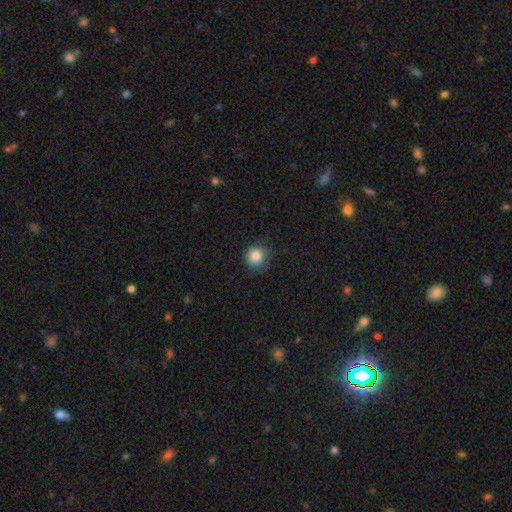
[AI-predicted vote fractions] smooth 86%, star or artifact 10%, featured or disk 4%. Down the decision tree: how rounded — round (93%); merging — none (85%).